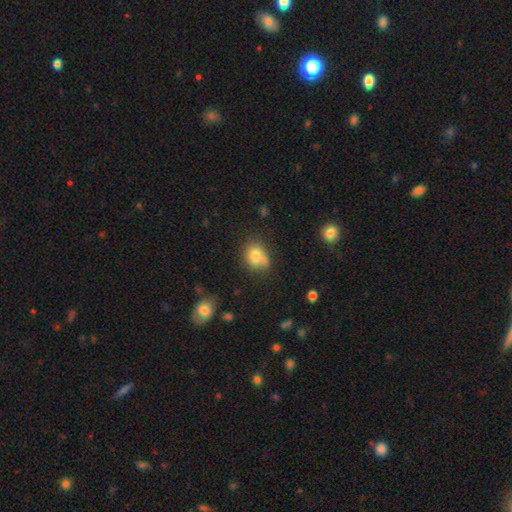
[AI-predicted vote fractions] Smooth or featured: smooth — 78% (featured or disk — 11%)
How rounded: round — 56% (in between — 43%)
Merging: none — 54% (minor disturbance — 23%)